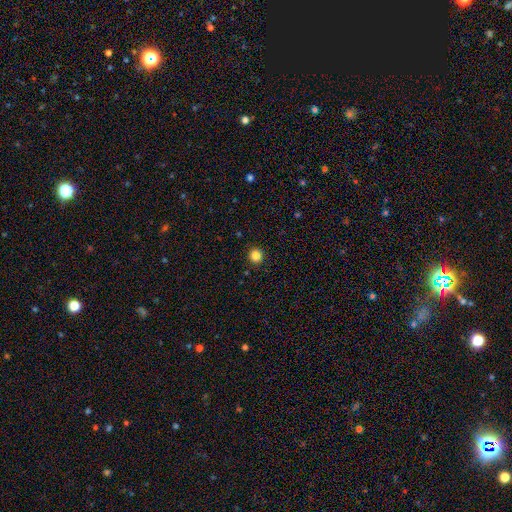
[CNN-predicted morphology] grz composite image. It shows a smooth galaxy with no disk features (84%) that is round (93%). Merging: none (93%).